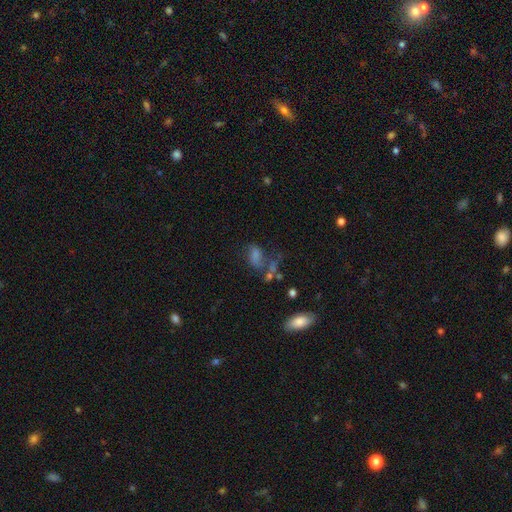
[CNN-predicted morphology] Smooth or featured? Predicted: smooth (p=0.46). Merging? Predicted: none (p=0.39).